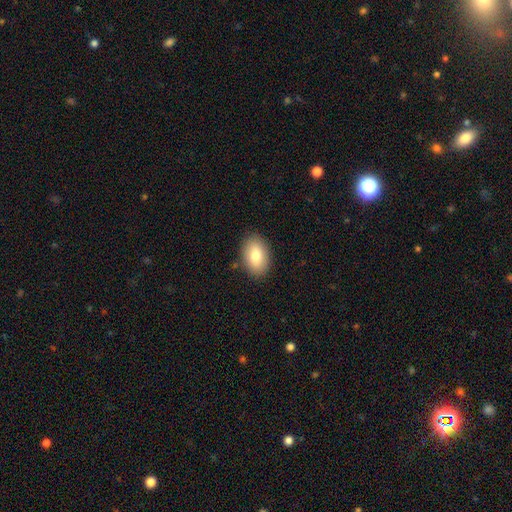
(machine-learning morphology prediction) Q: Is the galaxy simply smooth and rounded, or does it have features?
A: smooth — 80%.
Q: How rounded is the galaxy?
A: in between — 90%.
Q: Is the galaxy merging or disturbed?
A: none — 87%.